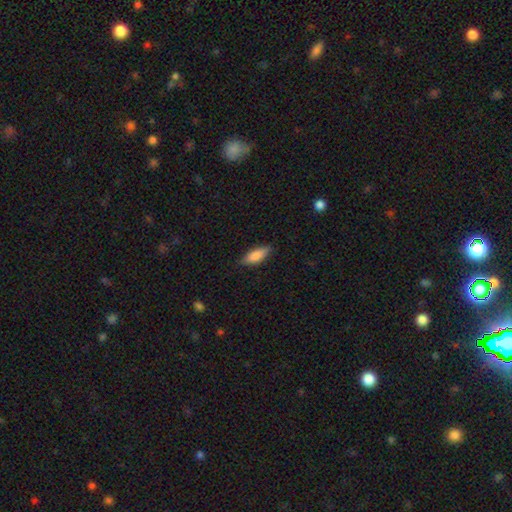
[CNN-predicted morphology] Overall: smooth (82%). How rounded: in between (63%; cigar-shaped 35%). Merging: none (81%).